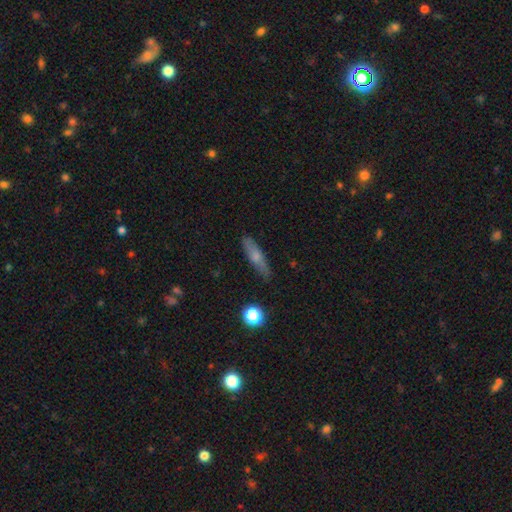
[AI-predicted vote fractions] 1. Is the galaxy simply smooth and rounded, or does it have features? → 60% smooth, 32% featured or disk, 9% star or artifact.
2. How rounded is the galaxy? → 74% cigar-shaped, 23% in between, 3% round.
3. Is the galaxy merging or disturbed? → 82% none, 13% minor disturbance, 3% major disturbance, 2% merger.